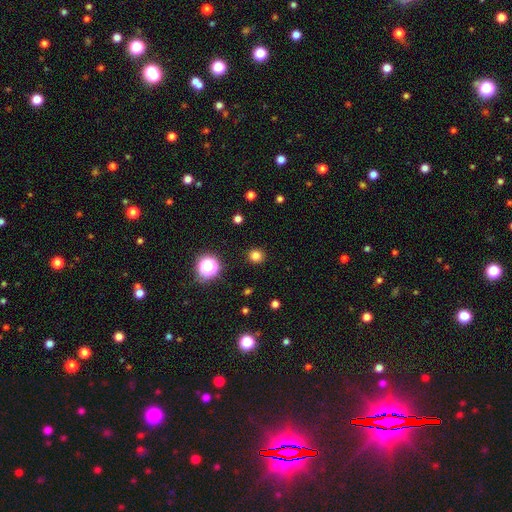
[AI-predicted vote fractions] Overall: smooth (80%). How rounded: round (93%). Merging: none (92%).